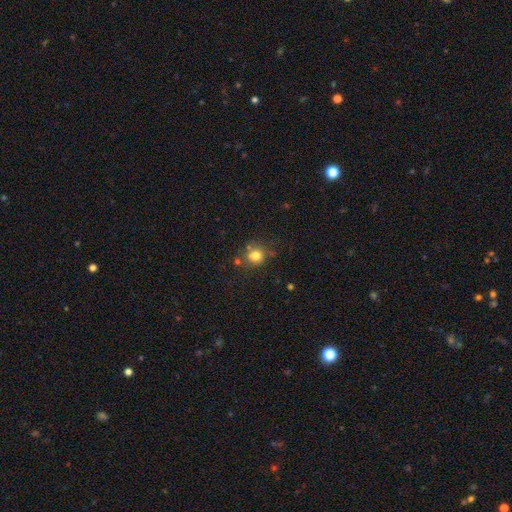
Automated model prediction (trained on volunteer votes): The model was most divided on "merging": none: 66%, minor disturbance: 15%, merger: 14%, major disturbance: 5%. More confident: how rounded — round (84%); smooth or featured — smooth (78%).